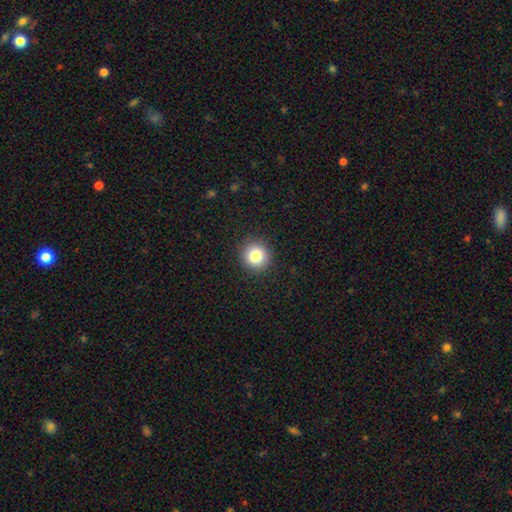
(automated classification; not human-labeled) A smooth galaxy with no disk features (81%) that is round (93%). Merging: none (92%).